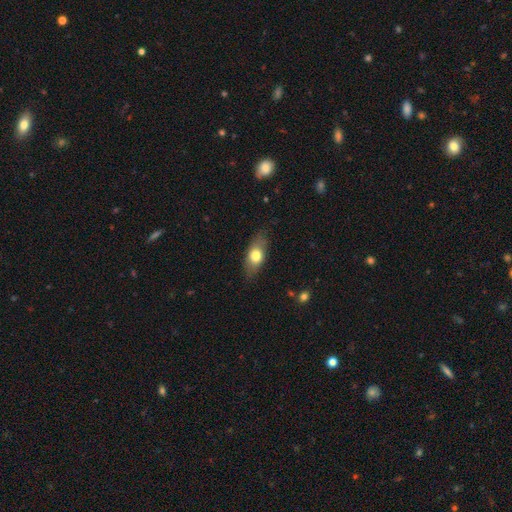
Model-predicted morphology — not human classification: type=smooth (69%); roundness=in between (79%); merging=none (79%).